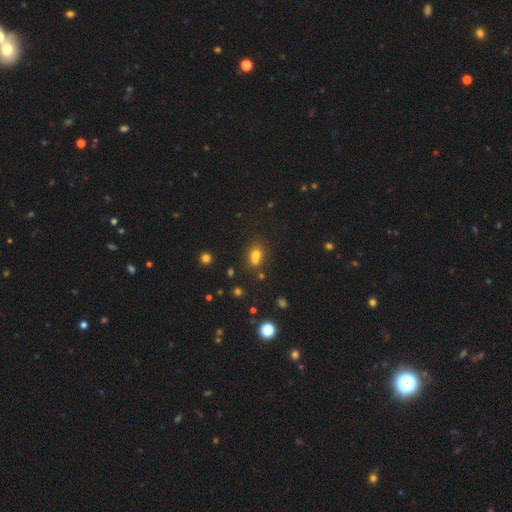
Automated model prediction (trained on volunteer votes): Smooth or featured? Predicted: smooth (p=0.70). How rounded? Predicted: round (p=0.53). Merging? Predicted: merger (p=0.43).